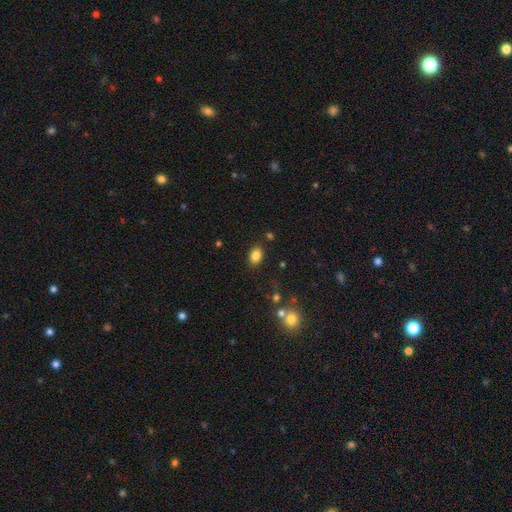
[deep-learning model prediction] Q: Smooth or featured?
A: smooth (83%); runner-up: star or artifact (10%)
Q: How rounded?
A: in between (78%); runner-up: round (20%)
Q: Merging?
A: none (84%); runner-up: minor disturbance (10%)